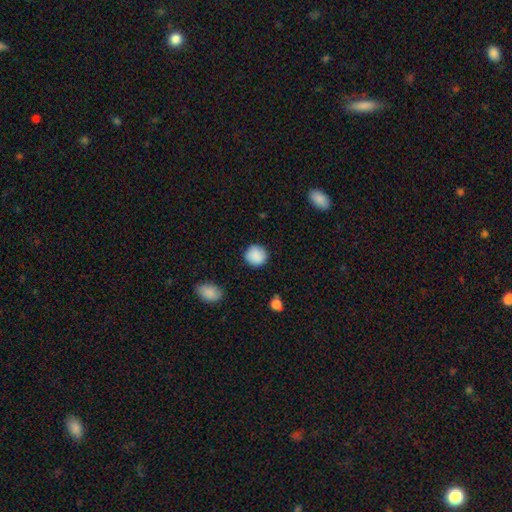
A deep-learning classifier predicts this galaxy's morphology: Smooth or featured: smooth — 88% (star or artifact — 8%)
How rounded: round — 91% (in between — 8%)
Merging: none — 88% (minor disturbance — 8%)